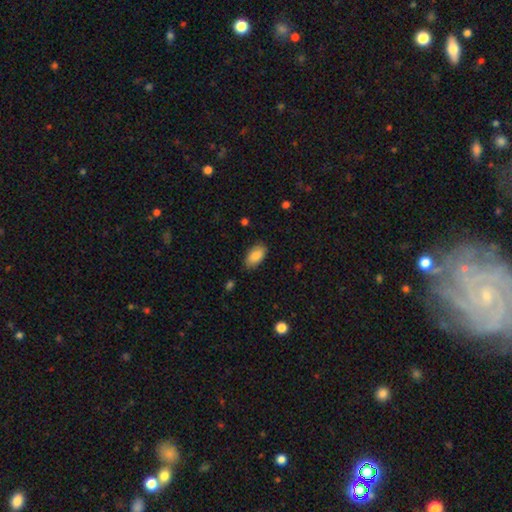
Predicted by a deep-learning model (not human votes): Smooth or featured? Predicted: smooth (p=0.87). How rounded? Predicted: in between (p=0.94). Merging? Predicted: none (p=0.84).